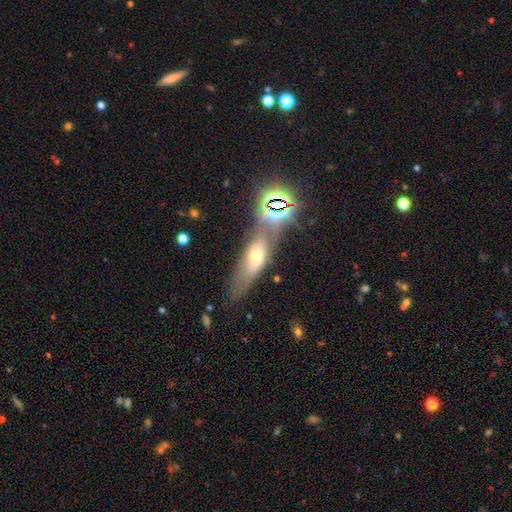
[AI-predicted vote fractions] A smooth galaxy with no disk features (42%). Merging: none (57%).